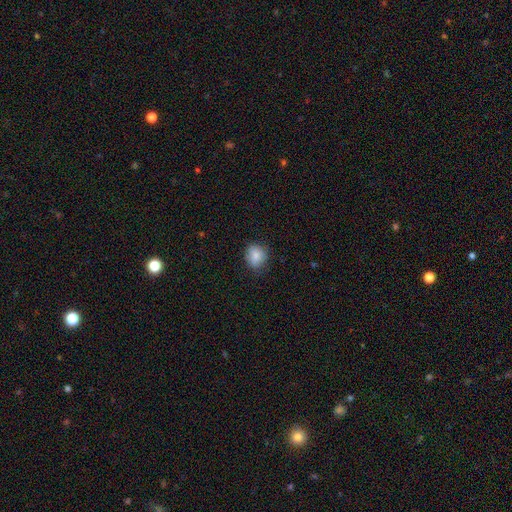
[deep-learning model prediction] Morphology: type=smooth (84%); roundness=round (67%); merging=none (77%).